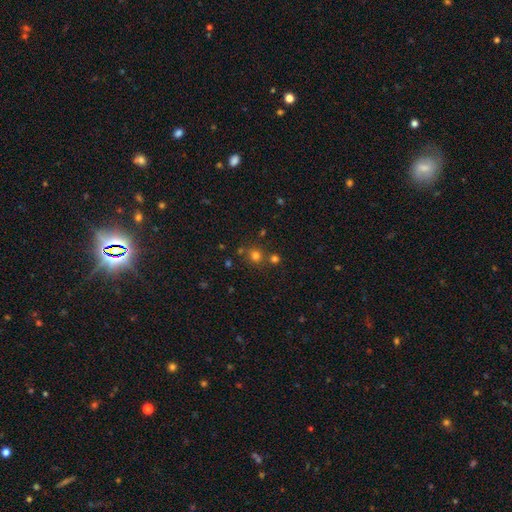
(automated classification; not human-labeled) Q: Smooth or featured?
A: smooth (71%); runner-up: star or artifact (22%)
Q: How rounded?
A: round (87%); runner-up: in between (12%)
Q: Merging?
A: none (72%); runner-up: merger (16%)